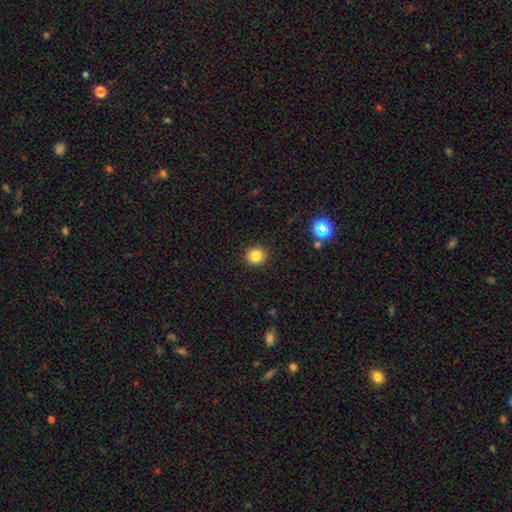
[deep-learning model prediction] smooth-or-featured: smooth: 82% | star or artifact: 12% | featured or disk: 5%
  how-rounded: round: 87% | in between: 12% | cigar-shaped: 1%
  merging: none: 92% | minor disturbance: 6% | major disturbance: 2% | merger: 1%